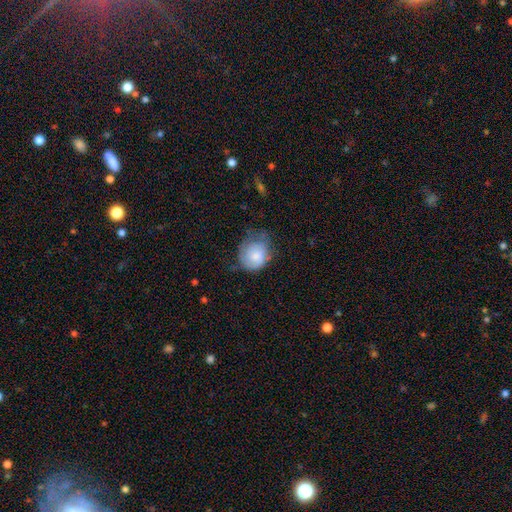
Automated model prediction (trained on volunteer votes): A smooth galaxy with no disk features (66%) that is round (67%).

Vote fractions:
- Smooth or featured? smooth: 66% / featured or disk: 27% / star or artifact: 7%
- How rounded? round: 67% / in between: 32% / cigar-shaped: 1%
- Merging? none: 44% / minor disturbance: 37% / major disturbance: 18% / merger: 2%